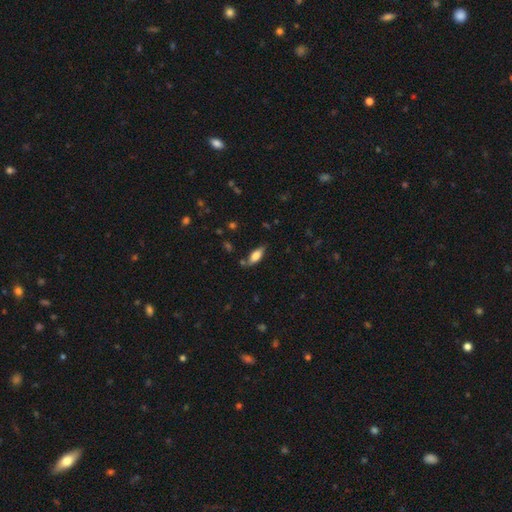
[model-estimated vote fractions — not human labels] Overall: smooth (72%). How rounded: in between (76%). Merging: none (72%).